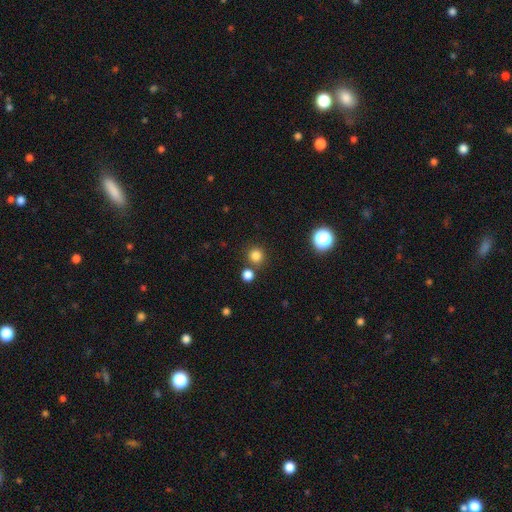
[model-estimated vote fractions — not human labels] Smooth or featured? smooth (80%)
How rounded? round (93%)
Merging? none (76%)